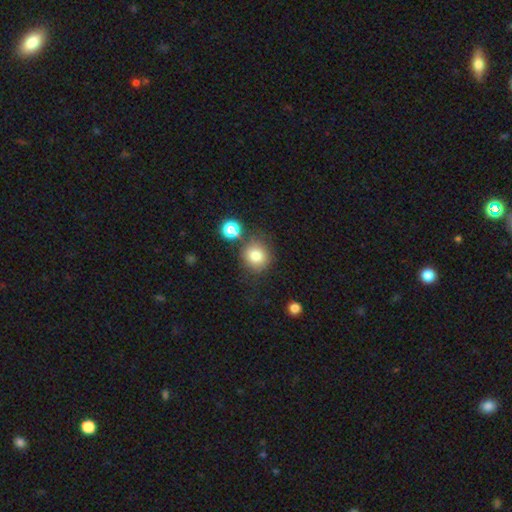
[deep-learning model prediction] smooth-or-featured: smooth: 79% | star or artifact: 13% | featured or disk: 8%
  how-rounded: round: 89% | in between: 10% | cigar-shaped: 1%
  merging: none: 74% | minor disturbance: 13% | merger: 9% | major disturbance: 5%